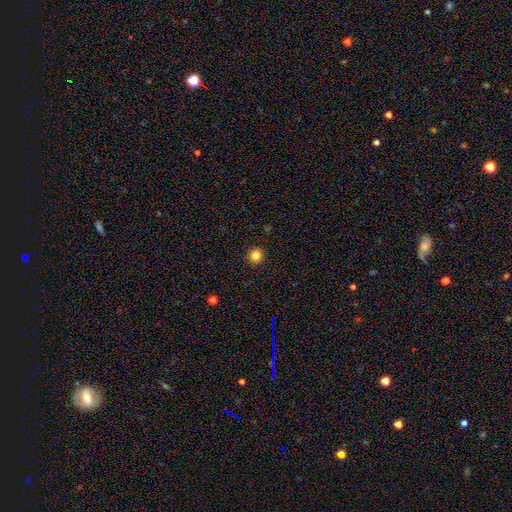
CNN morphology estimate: Smooth or featured: smooth — 82% (star or artifact — 12%)
How rounded: round — 86% (in between — 13%)
Merging: none — 92% (minor disturbance — 6%)